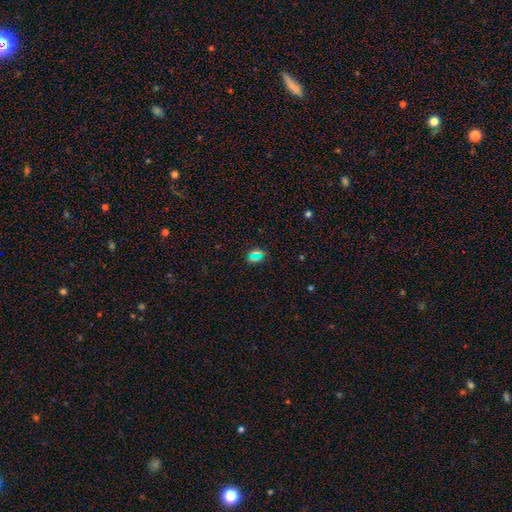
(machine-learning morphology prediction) Smooth or featured?
  - smooth: 48% *
  - star or artifact: 43%
  - featured or disk: 9%
Merging?
  - none: 76% *
  - minor disturbance: 12%
  - major disturbance: 7%
  - merger: 5%